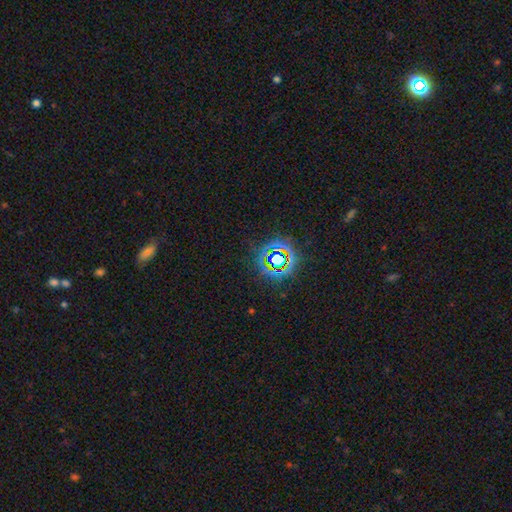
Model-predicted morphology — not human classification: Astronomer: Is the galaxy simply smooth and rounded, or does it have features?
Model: star or artifact — 59%.